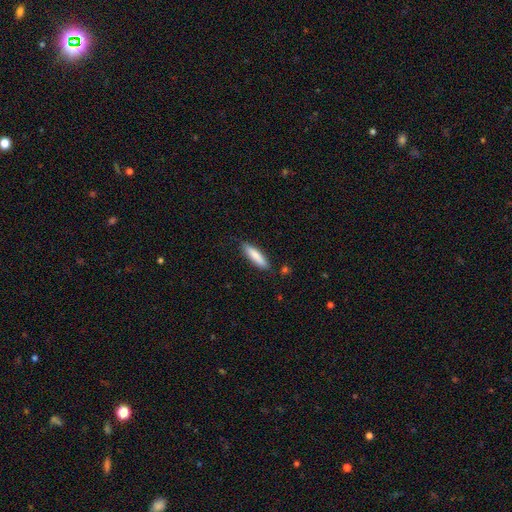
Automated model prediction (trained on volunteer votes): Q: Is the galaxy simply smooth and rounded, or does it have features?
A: smooth — 81%.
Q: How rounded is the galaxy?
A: cigar-shaped — 70%.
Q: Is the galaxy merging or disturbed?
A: none — 84%.